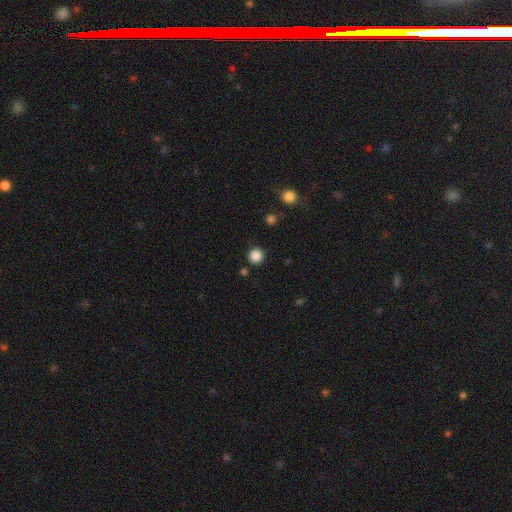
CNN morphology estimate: Smooth or featured? Predicted: smooth (p=0.86). How rounded? Predicted: round (p=0.95). Merging? Predicted: none (p=0.90).